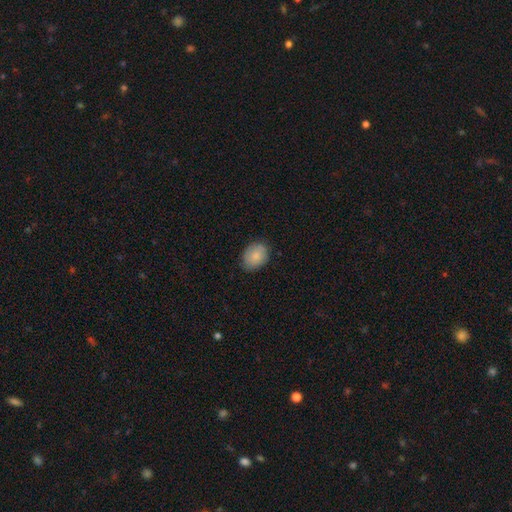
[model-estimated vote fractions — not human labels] This is clearly a smooth galaxy (85%). How rounded: likely in between (65%). Merging: clearly none (83%).